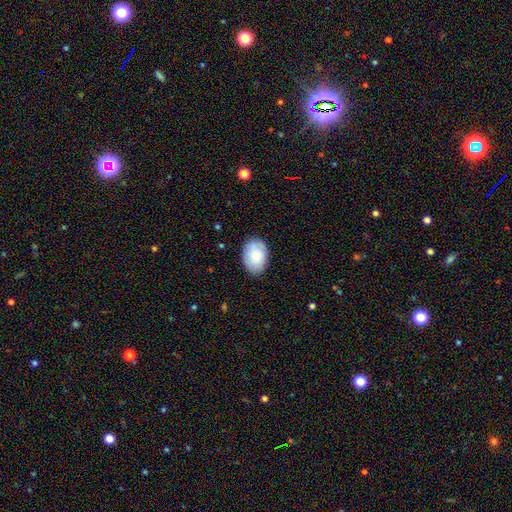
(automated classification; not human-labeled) This appears to be a smooth galaxy with no disk features (81%) that is in between round and cigar-shaped (84%). Merging: none (85%).